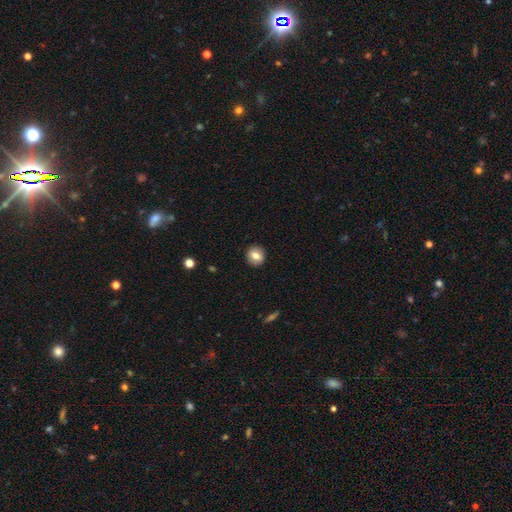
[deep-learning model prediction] The model was most divided on "smooth or featured": smooth: 76%, featured or disk: 15%, star or artifact: 9%. More confident: merging — none (91%); how rounded — round (88%).